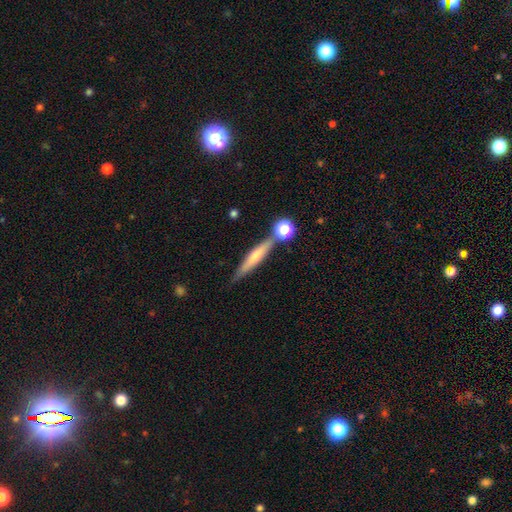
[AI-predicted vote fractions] The model was most divided on "smooth or featured": smooth: 51%, featured or disk: 42%, star or artifact: 7%. More confident: how rounded — cigar-shaped (88%); merging — none (71%).